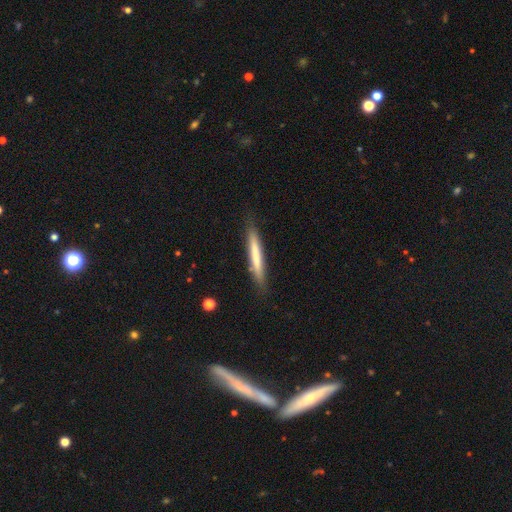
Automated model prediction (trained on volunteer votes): Smooth or featured?
  - smooth: 65% *
  - featured or disk: 29%
  - star or artifact: 6%
How rounded?
  - cigar-shaped: 95% *
  - in between: 3%
  - round: 1%
Merging?
  - none: 85% *
  - minor disturbance: 11%
  - major disturbance: 2%
  - merger: 1%